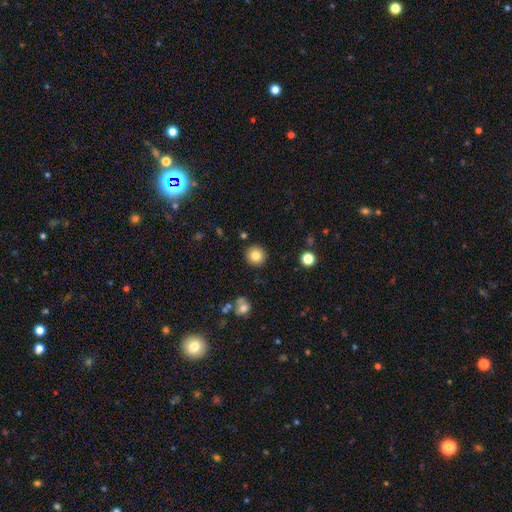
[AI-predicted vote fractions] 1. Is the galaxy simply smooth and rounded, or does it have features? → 82% smooth, 10% star or artifact, 7% featured or disk.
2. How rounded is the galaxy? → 94% round, 5% in between, 1% cigar-shaped.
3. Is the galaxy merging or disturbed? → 91% none, 6% minor disturbance, 2% major disturbance, 2% merger.